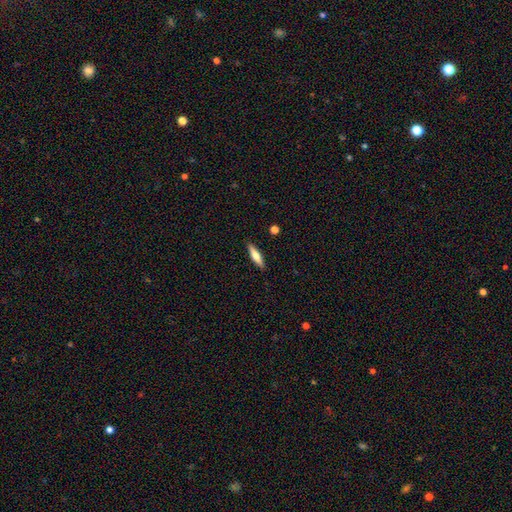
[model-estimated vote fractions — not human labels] smooth_or_featured: smooth (p=0.58) [alt: featured or disk p=0.36]
how_rounded: cigar-shaped (p=0.72) [alt: in between p=0.26]
merging: none (p=0.90) [alt: minor disturbance p=0.07]